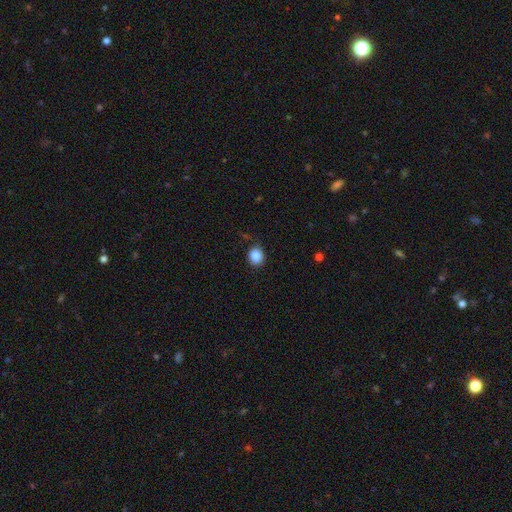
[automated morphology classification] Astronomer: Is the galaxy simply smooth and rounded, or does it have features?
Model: smooth — 87%.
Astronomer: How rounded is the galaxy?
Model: round — 73%.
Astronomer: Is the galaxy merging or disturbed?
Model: none — 82%.